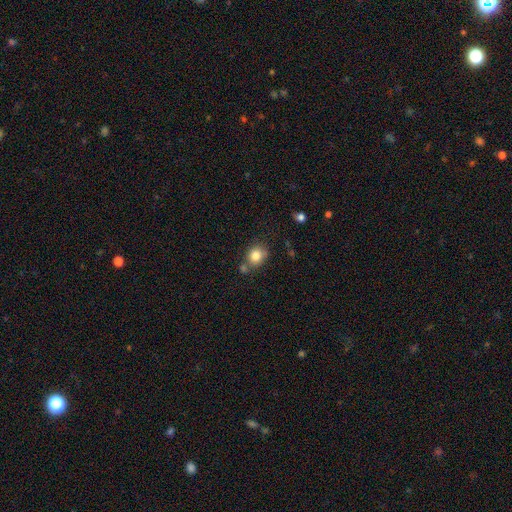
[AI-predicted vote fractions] Smooth or featured? Predicted: smooth (p=0.82). How rounded? Predicted: round (p=0.73). Merging? Predicted: none (p=0.63).